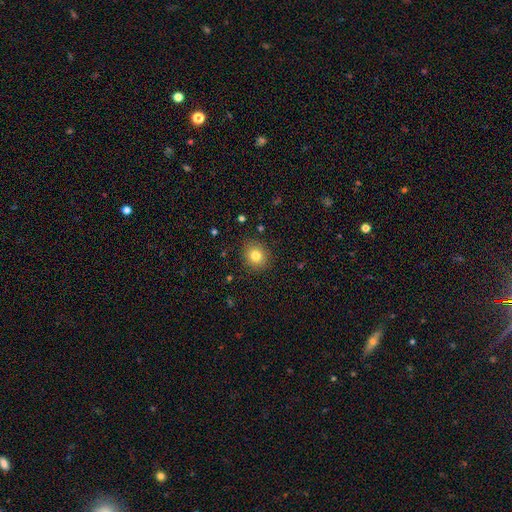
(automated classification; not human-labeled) The model was most divided on "how rounded": round: 76%, in between: 23%, cigar-shaped: 1%. More confident: merging — none (87%); smooth or featured — smooth (80%).